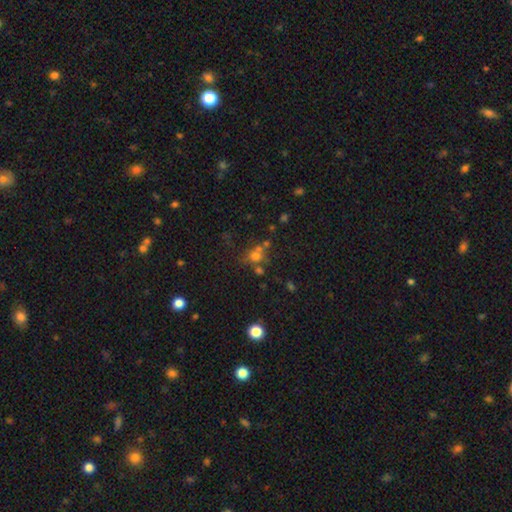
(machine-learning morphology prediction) A smooth galaxy with no disk features (61%) that is round (76%).

Vote fractions:
- Smooth or featured? smooth: 61% / star or artifact: 24% / featured or disk: 15%
- How rounded? round: 76% / in between: 22% / cigar-shaped: 1%
- Merging? none: 49% / merger: 31% / minor disturbance: 12% / major disturbance: 7%